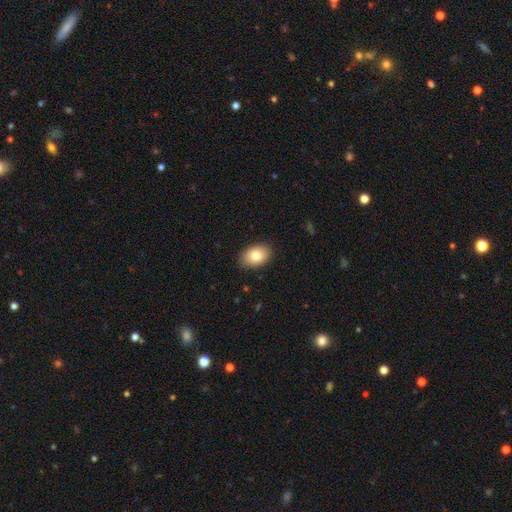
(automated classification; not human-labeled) smooth 81%, featured or disk 12%, star or artifact 8%. Down the decision tree: how rounded — in between (82%); merging — none (88%).